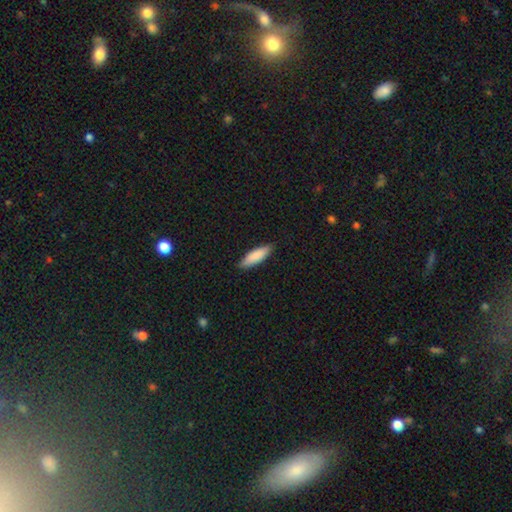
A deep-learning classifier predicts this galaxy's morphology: type=smooth (86%); roundness=cigar-shaped (53%); merging=none (86%).